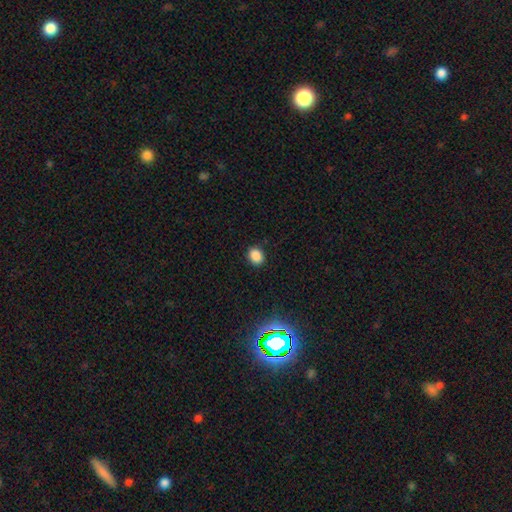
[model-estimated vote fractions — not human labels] smooth_or_featured: smooth (p=0.86) [alt: star or artifact p=0.11]
how_rounded: in between (p=0.51) [alt: round p=0.48]
merging: none (p=0.89) [alt: minor disturbance p=0.08]